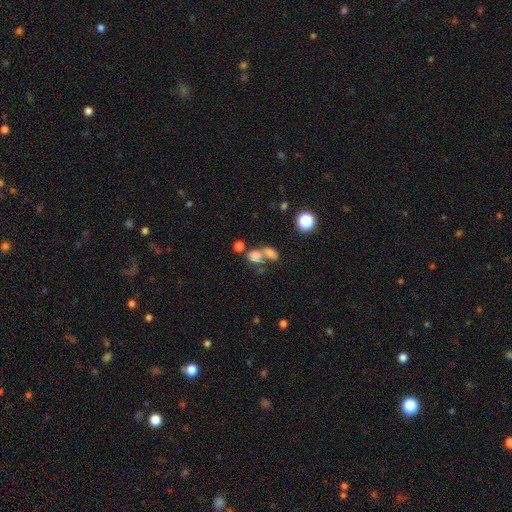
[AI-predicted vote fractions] Smooth or featured: smooth — 74% (star or artifact — 14%)
How rounded: round — 51% (in between — 47%)
Merging: merger — 55% (none — 31%)